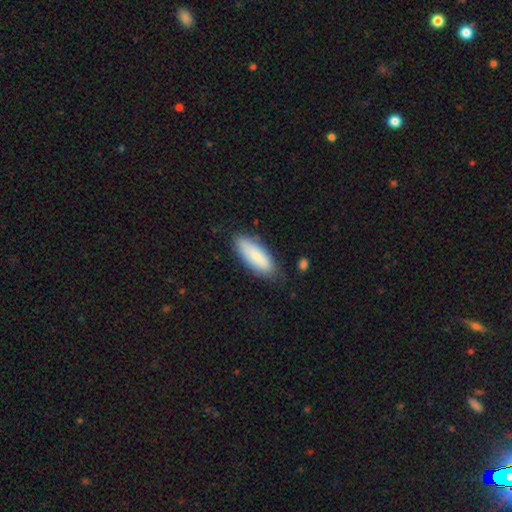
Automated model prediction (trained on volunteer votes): smooth-or-featured: smooth: 85% | featured or disk: 9% | star or artifact: 6%
  how-rounded: in between: 61% | cigar-shaped: 37% | round: 2%
  merging: none: 80% | minor disturbance: 15% | major disturbance: 3% | merger: 2%